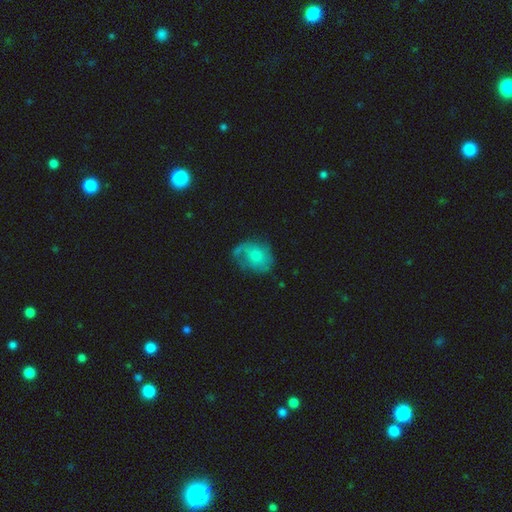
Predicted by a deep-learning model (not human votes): Smooth or featured? Predicted: featured or disk (p=0.49). Merging? Predicted: none (p=0.48).